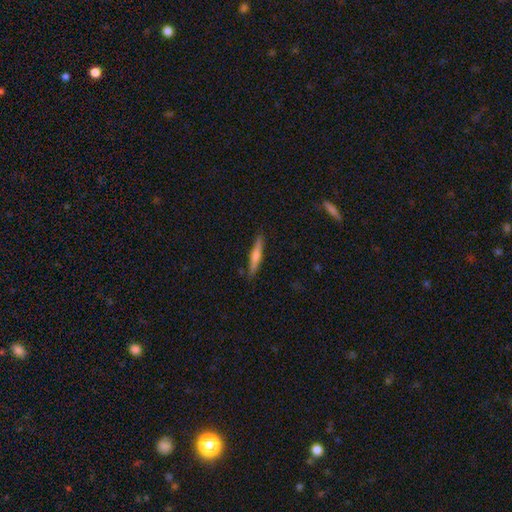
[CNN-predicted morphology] Smooth or featured: featured or disk — 51% (smooth — 43%)
Edge-on disk: yes — 97% (no — 3%)
Merging: none — 89% (minor disturbance — 8%)